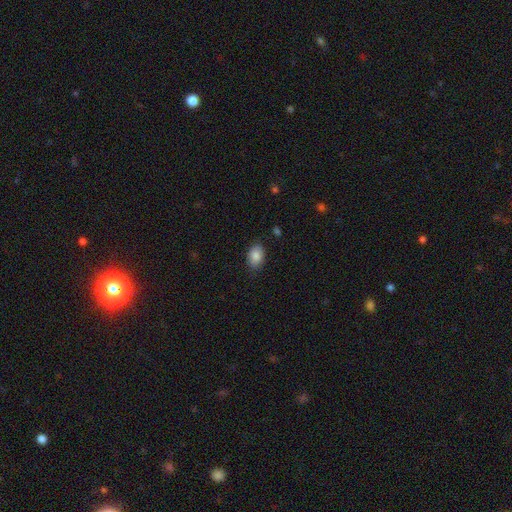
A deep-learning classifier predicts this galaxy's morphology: smooth_or_featured: smooth (p=0.87) [alt: star or artifact p=0.08]
how_rounded: in between (p=0.86) [alt: round p=0.13]
merging: none (p=0.84) [alt: minor disturbance p=0.12]